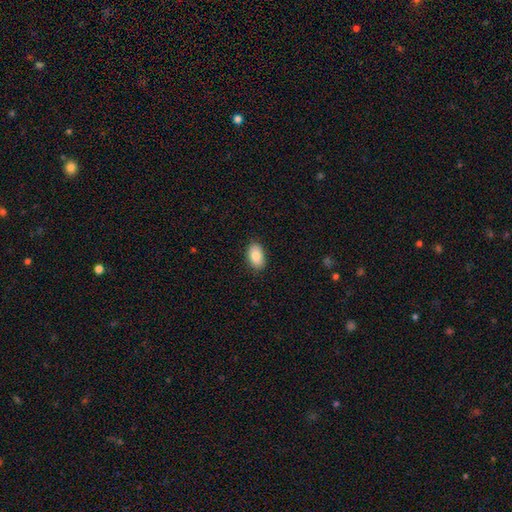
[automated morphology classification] The model was most divided on "merging": none: 88%, minor disturbance: 9%, major disturbance: 2%, merger: 1%. More confident: how rounded — in between (93%); smooth or featured — smooth (86%).